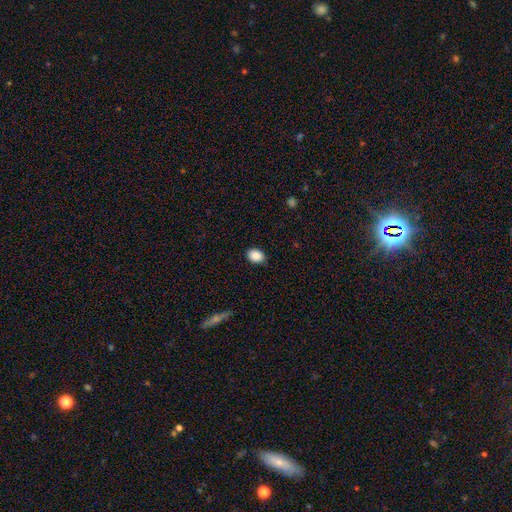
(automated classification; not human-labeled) The model was most divided on "how rounded": in between: 71%, round: 28%, cigar-shaped: 1%. More confident: smooth or featured — smooth (88%); merging — none (85%).